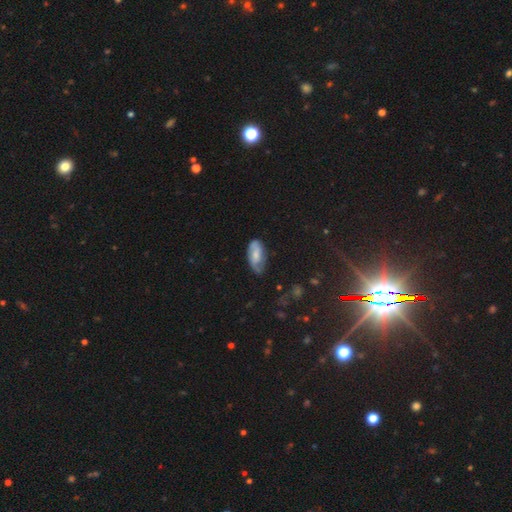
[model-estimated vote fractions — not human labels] Smooth or featured?
  - featured or disk: 47% *
  - smooth: 46%
  - star or artifact: 7%
Merging?
  - none: 64% *
  - minor disturbance: 27%
  - major disturbance: 7%
  - merger: 2%